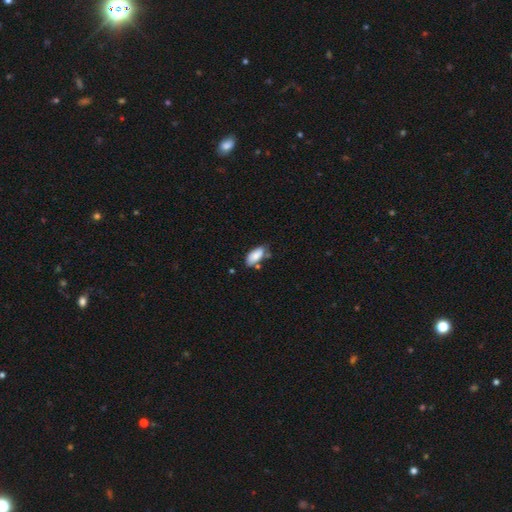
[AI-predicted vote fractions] Smooth or featured?
  - smooth: 84% *
  - featured or disk: 9%
  - star or artifact: 7%
How rounded?
  - in between: 88% *
  - cigar-shaped: 10%
  - round: 2%
Merging?
  - none: 59% *
  - minor disturbance: 26%
  - merger: 10%
  - major disturbance: 5%